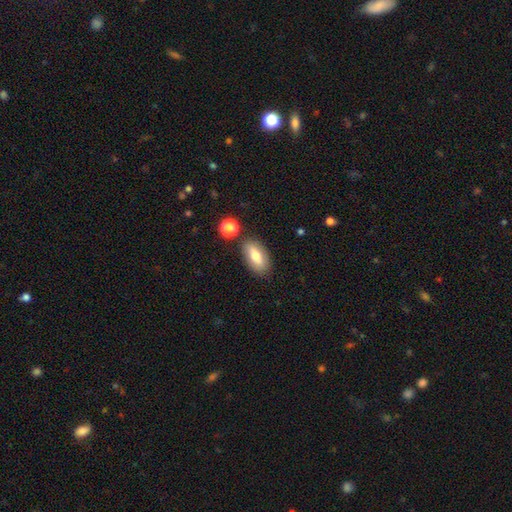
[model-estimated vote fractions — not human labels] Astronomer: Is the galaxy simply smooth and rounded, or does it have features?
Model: smooth — 72%.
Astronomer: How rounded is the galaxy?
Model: in between — 86%.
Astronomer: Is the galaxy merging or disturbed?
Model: none — 80%.